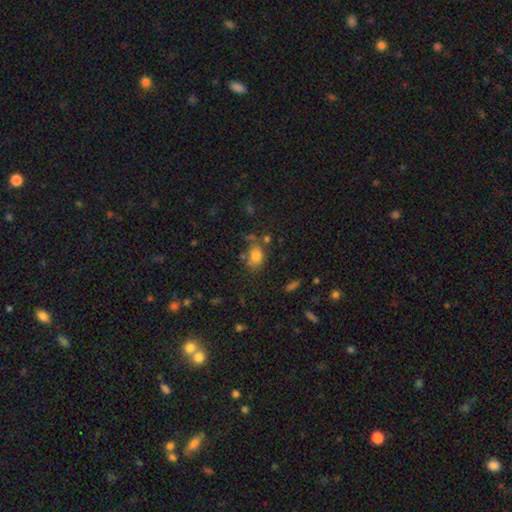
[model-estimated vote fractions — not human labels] Q: Smooth or featured?
A: smooth (79%); runner-up: star or artifact (12%)
Q: How rounded?
A: in between (66%); runner-up: round (32%)
Q: Merging?
A: none (55%); runner-up: minor disturbance (20%)